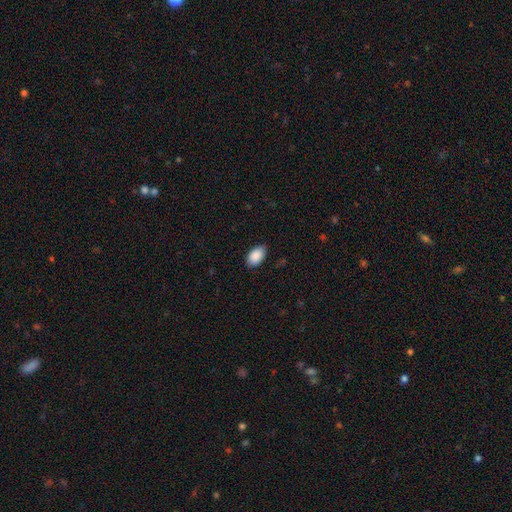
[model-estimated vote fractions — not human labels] Smooth or featured?
  - smooth: 90% *
  - star or artifact: 6%
  - featured or disk: 3%
How rounded?
  - in between: 93% *
  - round: 6%
  - cigar-shaped: 1%
Merging?
  - none: 84% *
  - minor disturbance: 12%
  - major disturbance: 2%
  - merger: 1%